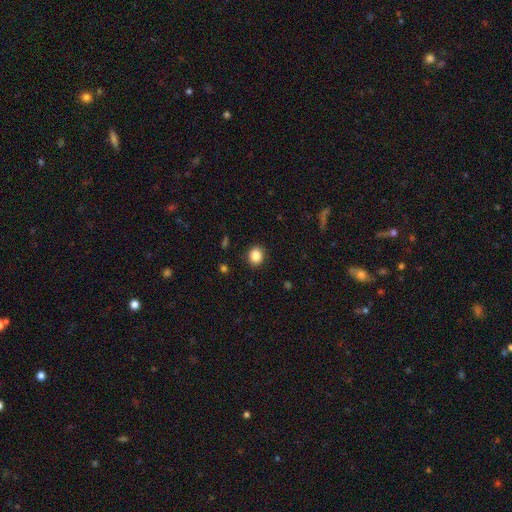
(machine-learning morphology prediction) A smooth galaxy with no disk features (86%) that is round (72%). Merging: none (90%).